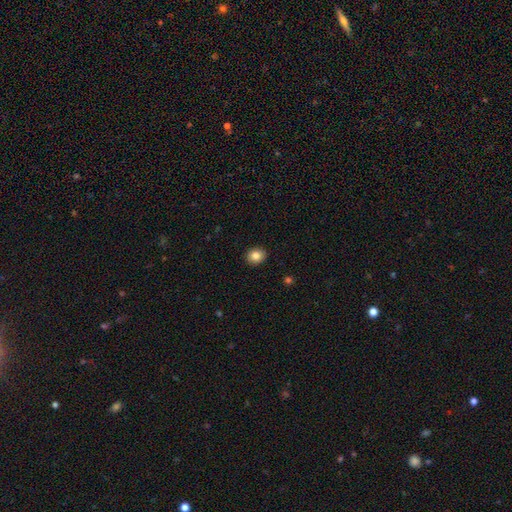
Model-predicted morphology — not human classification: Smooth or featured? smooth (85%)
How rounded? round (63%)
Merging? none (91%)